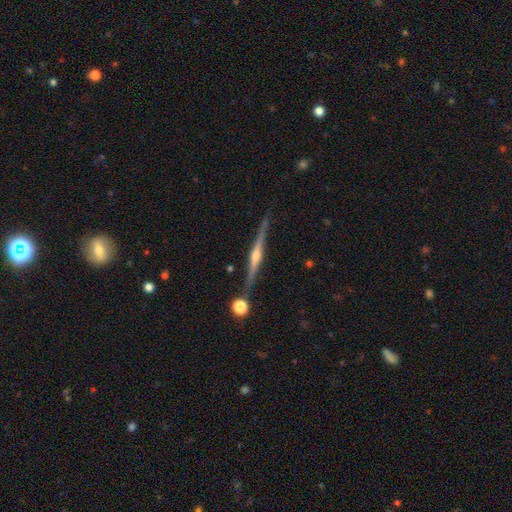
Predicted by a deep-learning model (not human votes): A featured or disk galaxy (81%) viewed edge-on (98%) with a rounded central bulge (87%). Merging: none (83%).